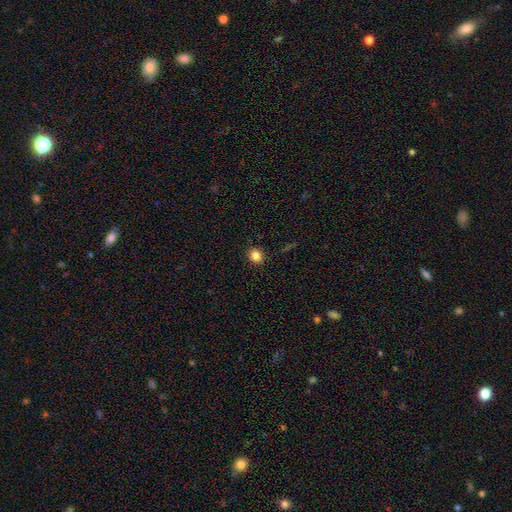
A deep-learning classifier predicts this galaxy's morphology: Q: Smooth or featured?
A: smooth (84%); runner-up: star or artifact (12%)
Q: How rounded?
A: round (83%); runner-up: in between (16%)
Q: Merging?
A: none (91%); runner-up: minor disturbance (6%)